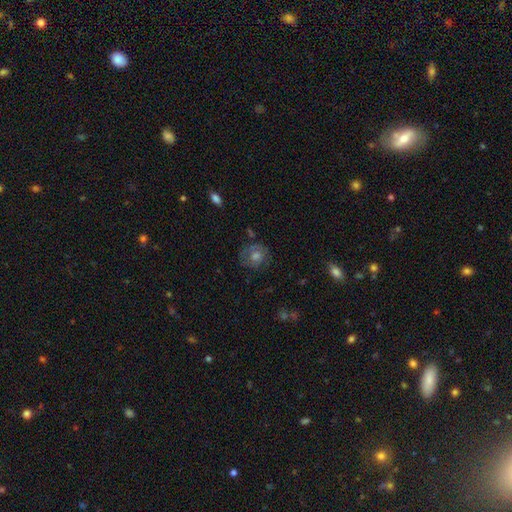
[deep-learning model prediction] A featured or disk galaxy (45%).

Vote fractions:
- Smooth or featured? featured or disk: 45% / smooth: 41% / star or artifact: 14%
- Merging? none: 73% / minor disturbance: 17% / major disturbance: 8% / merger: 2%